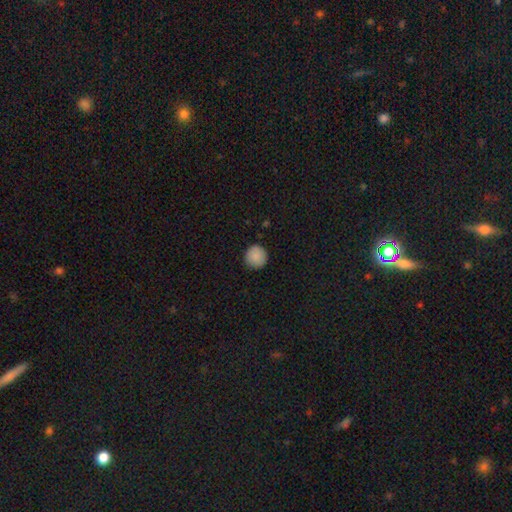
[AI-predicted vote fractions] This appears to be a smooth galaxy with no disk features (88%) that is round (94%). Merging: none (90%).